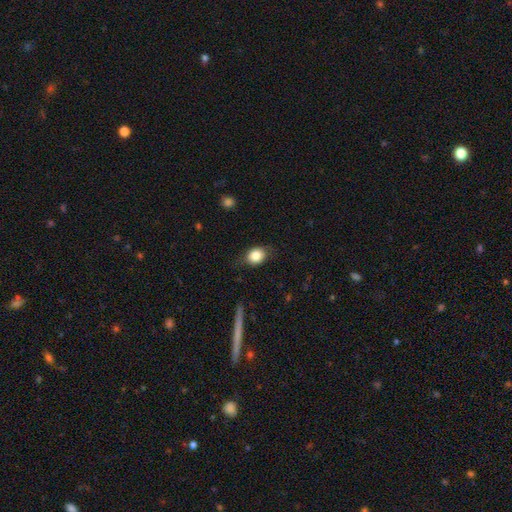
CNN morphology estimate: A smooth galaxy with no disk features (82%) that is in between round and cigar-shaped (49%, tied with round).

Vote fractions:
- Smooth or featured? smooth: 82% / featured or disk: 9% / star or artifact: 9%
- How rounded? in between: 49% (tied) / round: 49% (tied) / cigar-shaped: 2%
- Merging? none: 76% / minor disturbance: 18% / major disturbance: 5% / merger: 1%